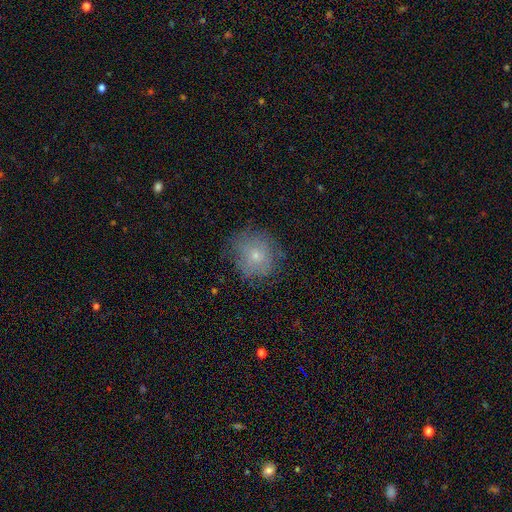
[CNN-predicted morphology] smooth-or-featured: smooth: 63% | featured or disk: 26% | star or artifact: 11%
  how-rounded: round: 87% | in between: 12% | cigar-shaped: 1%
  merging: none: 70% | minor disturbance: 20% | major disturbance: 9% | merger: 1%